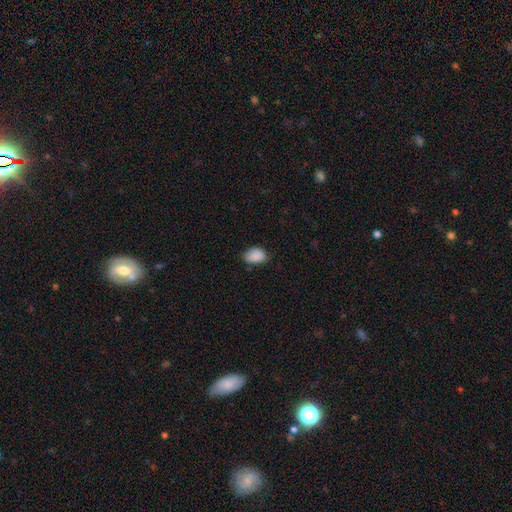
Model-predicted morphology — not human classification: A smooth galaxy with no disk features (89%) that is in between round and cigar-shaped (83%). Merging: none (73%).